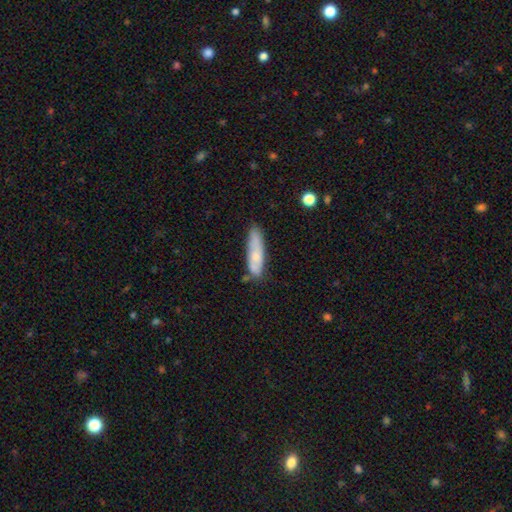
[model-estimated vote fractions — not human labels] A smooth galaxy with no disk features (71%) that is cigar-shaped (68%).

Vote fractions:
- Smooth or featured? smooth: 71% / featured or disk: 23% / star or artifact: 6%
- How rounded? cigar-shaped: 68% / in between: 30% / round: 2%
- Merging? none: 70% / minor disturbance: 22% / merger: 4% / major disturbance: 4%